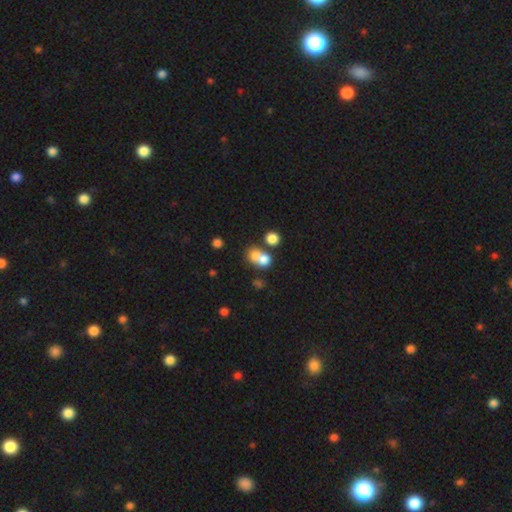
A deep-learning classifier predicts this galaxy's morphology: A smooth galaxy with no disk features (72%) that is round (69%).

Vote fractions:
- Smooth or featured? smooth: 72% / featured or disk: 14% / star or artifact: 13%
- How rounded? round: 69% / in between: 30% / cigar-shaped: 1%
- Merging? merger: 57% / none: 32% / minor disturbance: 7% / major disturbance: 4%